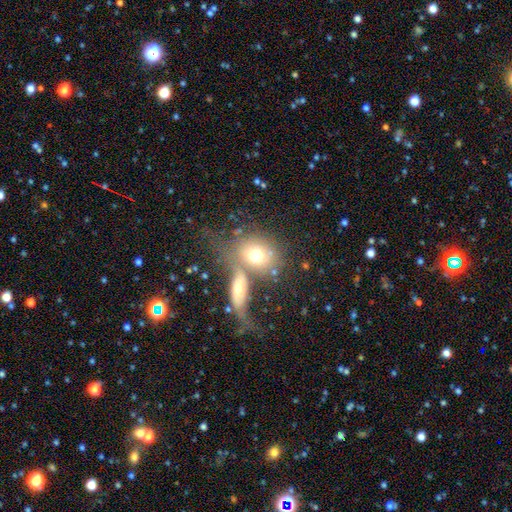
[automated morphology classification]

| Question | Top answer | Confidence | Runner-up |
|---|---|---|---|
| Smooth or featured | smooth | 62% | featured or disk (27%) |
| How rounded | round | 50% | in between (46%) |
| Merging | merger | 52% | none (25%) |